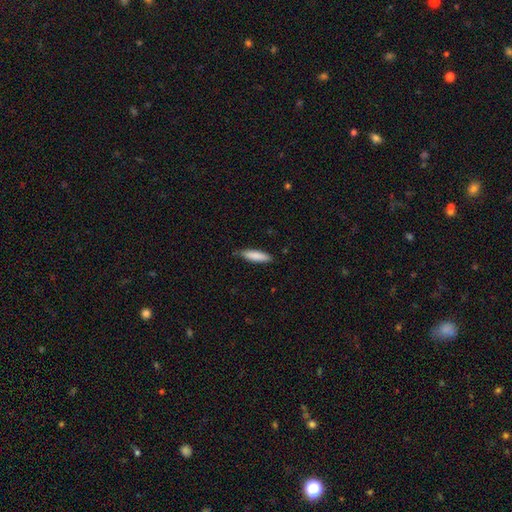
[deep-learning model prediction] A smooth galaxy with no disk features (85%) that is cigar-shaped (67%). Merging: none (79%).